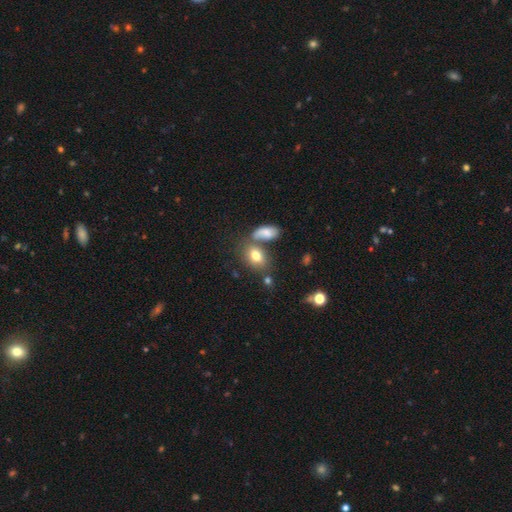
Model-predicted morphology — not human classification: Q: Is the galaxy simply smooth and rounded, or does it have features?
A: smooth — 77%.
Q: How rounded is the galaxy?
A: in between — 80%.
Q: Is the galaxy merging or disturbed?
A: none — 52%.